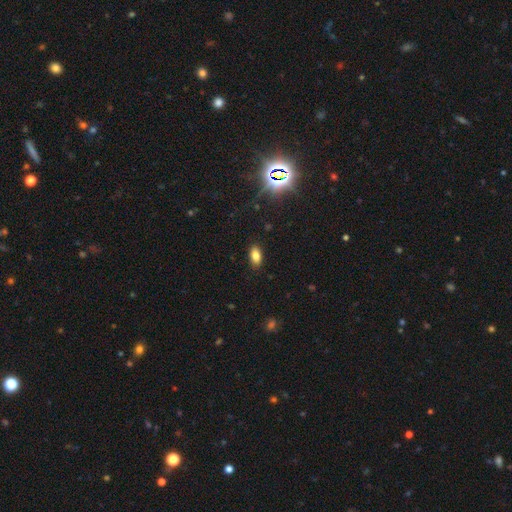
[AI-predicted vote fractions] The model was most divided on "smooth or featured": smooth: 80%, star or artifact: 13%, featured or disk: 7%. More confident: how rounded — in between (90%); merging — none (88%).